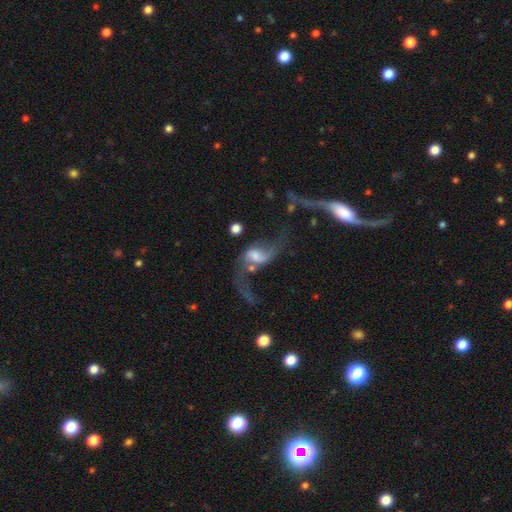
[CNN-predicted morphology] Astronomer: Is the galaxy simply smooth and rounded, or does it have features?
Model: featured or disk — 79%.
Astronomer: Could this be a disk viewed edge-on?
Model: no — 96%.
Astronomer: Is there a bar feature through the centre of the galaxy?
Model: weak — 45% (runner-up: no, 41%).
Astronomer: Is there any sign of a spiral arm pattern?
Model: yes — 91%.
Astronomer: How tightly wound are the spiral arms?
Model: loose — 90%.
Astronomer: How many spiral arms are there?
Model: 2 — 88%.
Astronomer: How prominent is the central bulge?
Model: moderate — 37% (runner-up: small, 33%).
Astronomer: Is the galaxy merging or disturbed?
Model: none — 35% (runner-up: major disturbance, 28%).